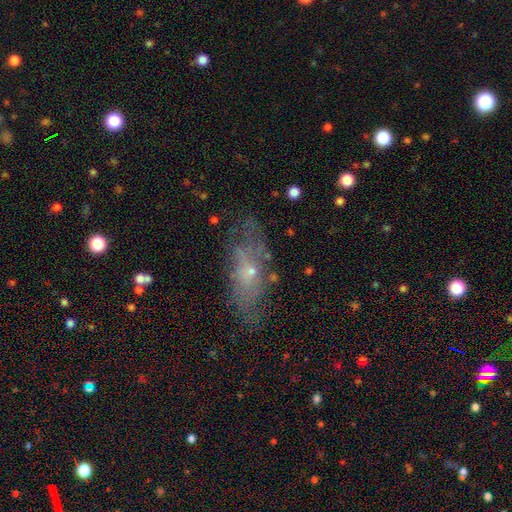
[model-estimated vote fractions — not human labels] Smooth or featured? Predicted: featured or disk (p=0.47). Merging? Predicted: none (p=0.67).